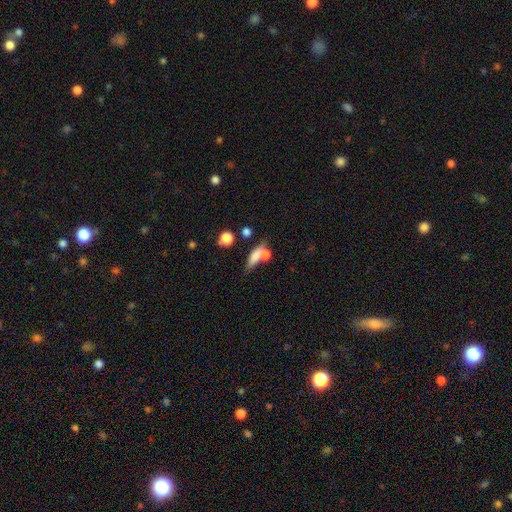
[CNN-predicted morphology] type=smooth (70%); roundness=in between (47%); merging=none (43%).